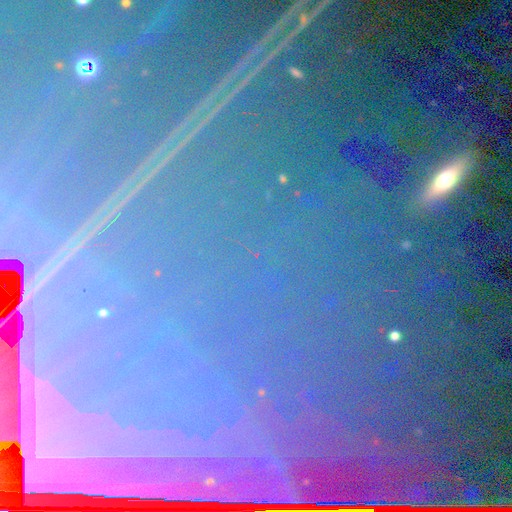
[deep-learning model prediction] Q: Smooth or featured?
A: star or artifact (78%); runner-up: smooth (13%)